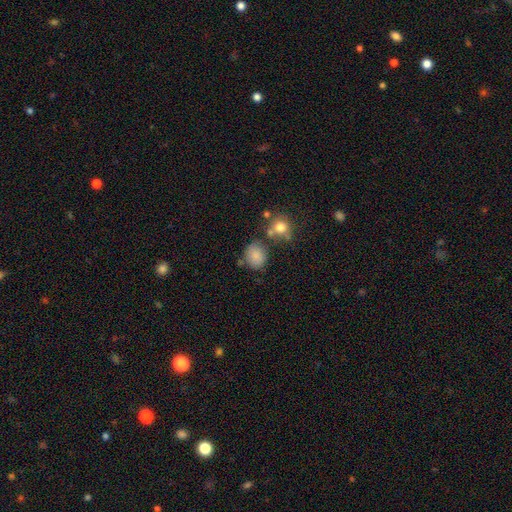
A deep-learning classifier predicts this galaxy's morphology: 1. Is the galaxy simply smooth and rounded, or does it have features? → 83% smooth, 10% star or artifact, 7% featured or disk.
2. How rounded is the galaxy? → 57% round, 42% in between, 1% cigar-shaped.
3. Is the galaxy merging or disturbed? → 65% none, 18% minor disturbance, 11% merger, 6% major disturbance.